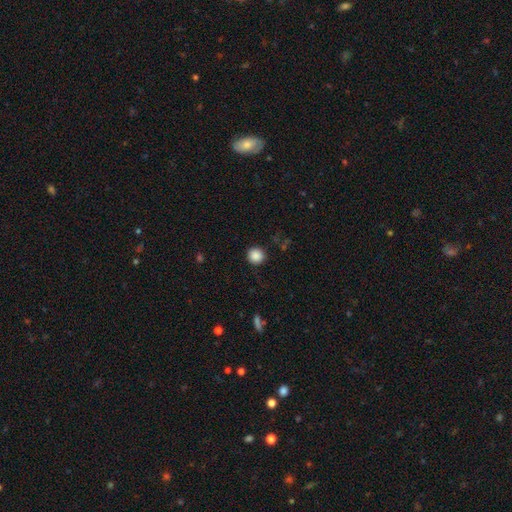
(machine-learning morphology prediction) Smooth or featured? Predicted: smooth (p=0.87). How rounded? Predicted: round (p=0.94). Merging? Predicted: none (p=0.90).